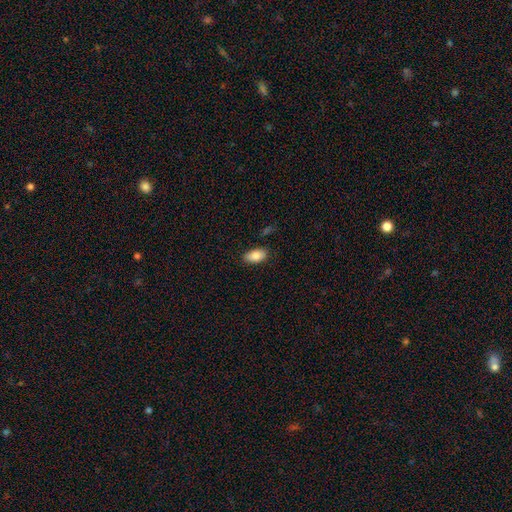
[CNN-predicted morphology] This is clearly a smooth galaxy (85%). How rounded: clearly in between (94%). Merging: clearly none (86%).